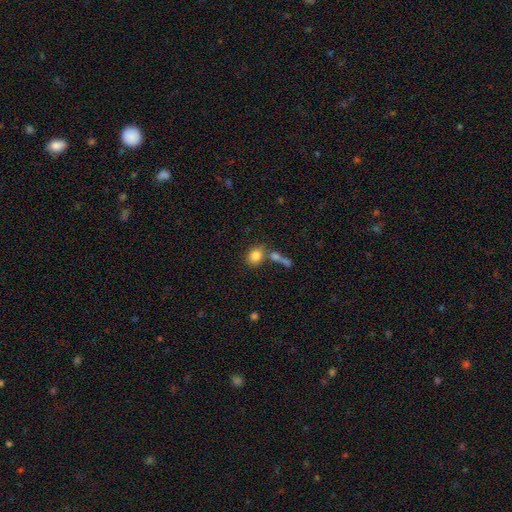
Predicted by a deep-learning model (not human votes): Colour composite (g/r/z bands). It shows a smooth galaxy with no disk features (83%) that is in between round and cigar-shaped (57%). Merging: none (60%).